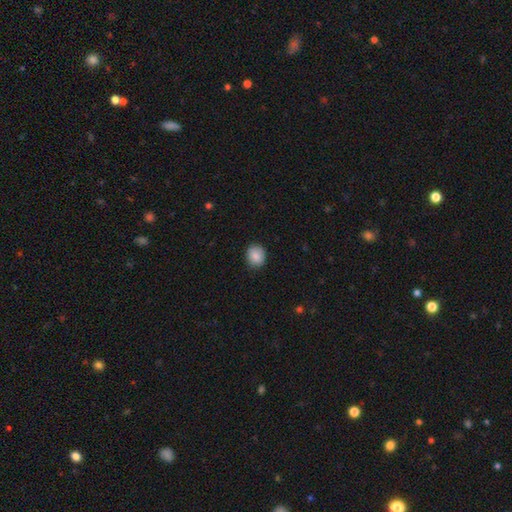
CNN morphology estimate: Overall: smooth (87%). How rounded: round (70%). Merging: none (87%).